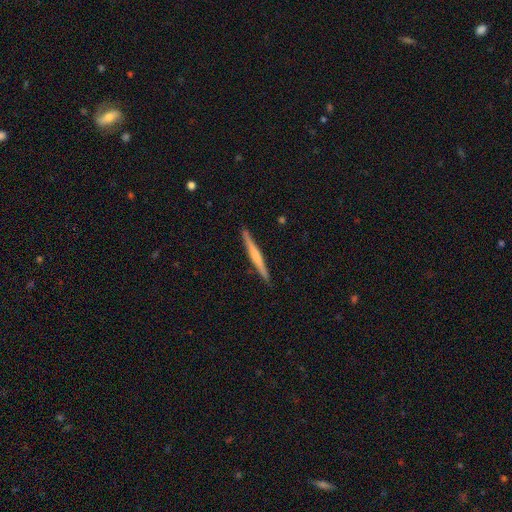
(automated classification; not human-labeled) This is possibly a featured or disk galaxy (55%). It is clearly viewed edge-on (98%). Edge-on bulge: possibly none (48%). Merging: clearly none (91%).